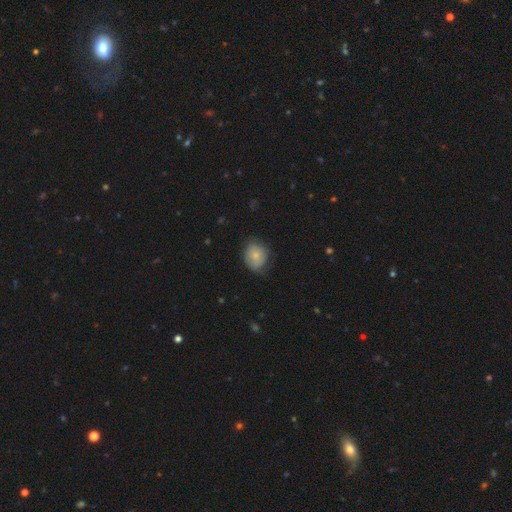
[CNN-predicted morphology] This appears to be a smooth galaxy with no disk features (74%) that is round (61%). Merging: none (61%).